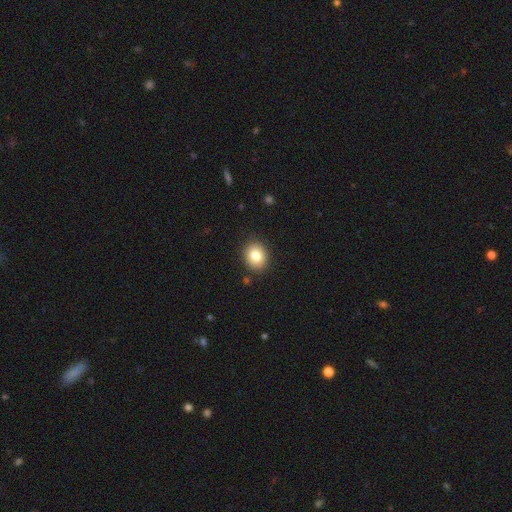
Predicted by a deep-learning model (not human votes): Q: Smooth or featured?
A: smooth (82%); runner-up: star or artifact (9%)
Q: How rounded?
A: round (59%); runner-up: in between (40%)
Q: Merging?
A: none (88%); runner-up: minor disturbance (8%)